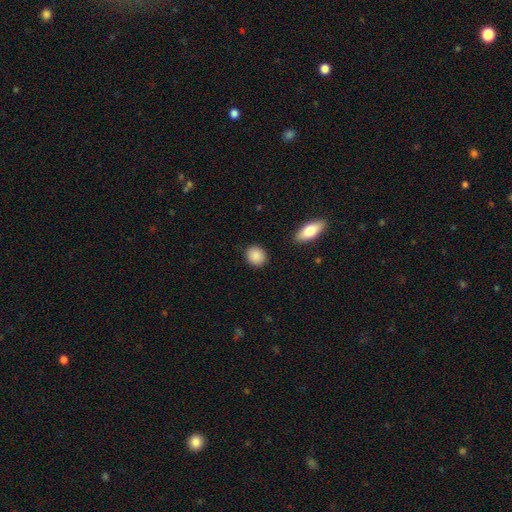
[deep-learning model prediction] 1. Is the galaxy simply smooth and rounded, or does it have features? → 89% smooth, 7% star or artifact, 4% featured or disk.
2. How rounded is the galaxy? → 70% round, 28% in between, 2% cigar-shaped.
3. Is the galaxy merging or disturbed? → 88% none, 8% minor disturbance, 2% major disturbance, 2% merger.